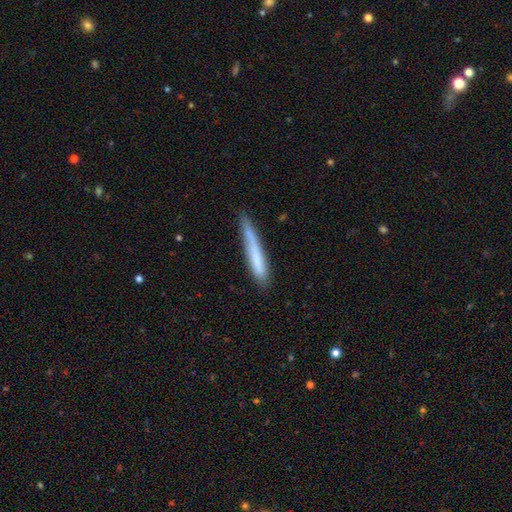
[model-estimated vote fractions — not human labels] Smooth or featured?
  - smooth: 70% *
  - featured or disk: 23%
  - star or artifact: 7%
How rounded?
  - cigar-shaped: 95% *
  - in between: 4%
  - round: 1%
Merging?
  - none: 69% *
  - minor disturbance: 23%
  - major disturbance: 5%
  - merger: 3%